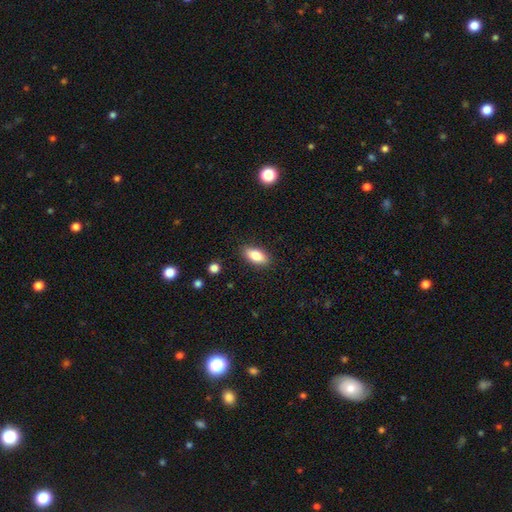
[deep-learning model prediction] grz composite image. It shows a smooth galaxy with no disk features (83%) that is in between round and cigar-shaped (86%). Merging: none (87%).